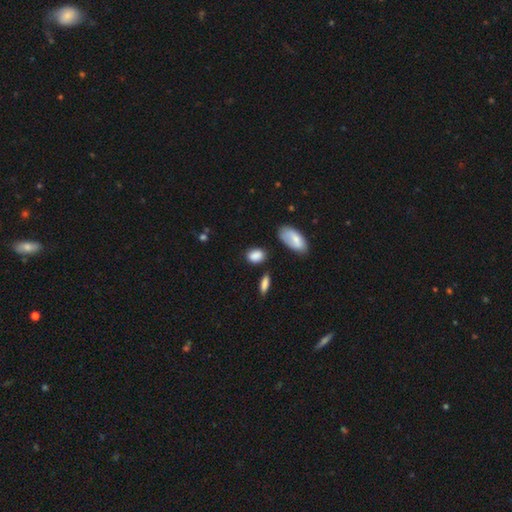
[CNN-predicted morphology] smooth 86%, star or artifact 8%, featured or disk 6%. Down the decision tree: how rounded — in between (75%); merging — none (73%).